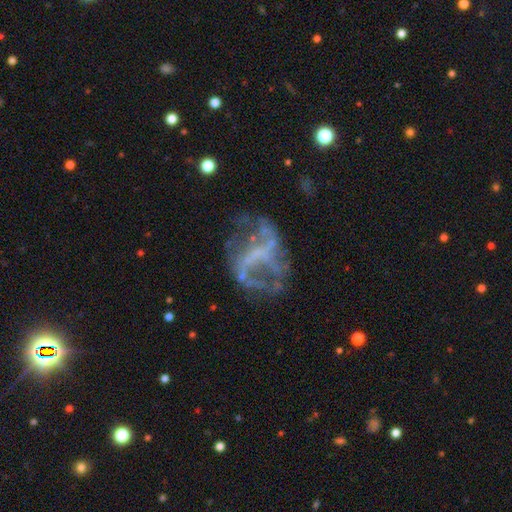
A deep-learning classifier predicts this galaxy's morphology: The model was most divided on "spiral arms": yes: 51%, no: 49%. Remaining: edge-on disk — no (97%); bulge size — none (74%); smooth or featured — featured or disk (74%); merging — none (47%); bar — no (44%).